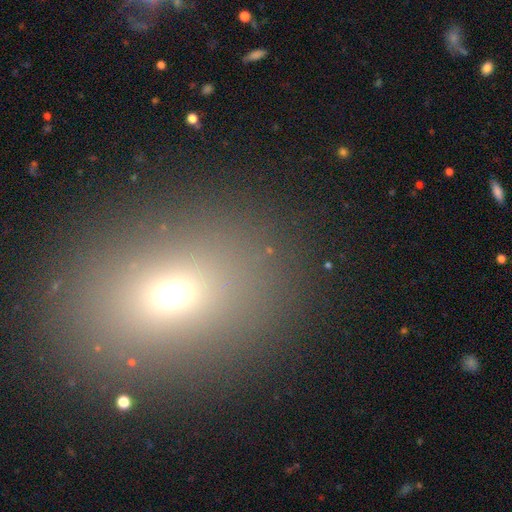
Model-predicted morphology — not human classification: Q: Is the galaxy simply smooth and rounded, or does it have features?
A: smooth — 63%.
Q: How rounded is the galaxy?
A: in between — 52%.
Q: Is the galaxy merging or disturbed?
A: none — 85%.